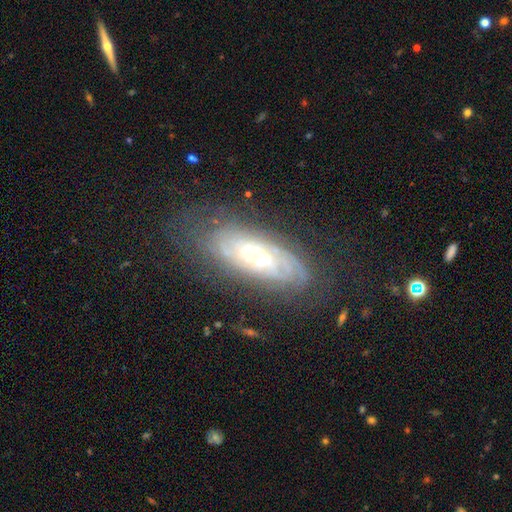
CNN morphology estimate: This appears to be a featured or disk galaxy (79%) with no bar (63%), tight (79%) spiral arms (93%) and a small central bulge (65%). Merging: none (72%).